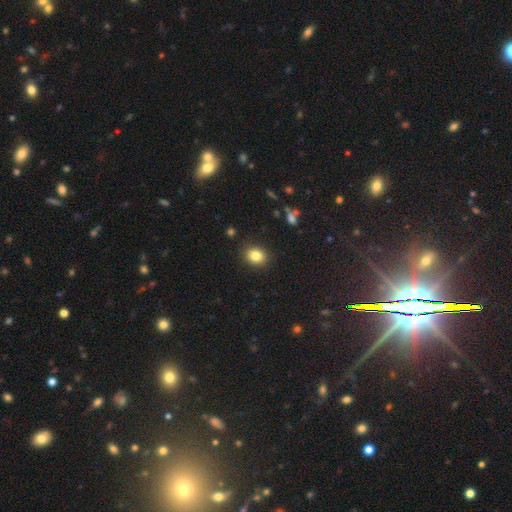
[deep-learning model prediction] Q: Smooth or featured?
A: smooth (84%); runner-up: star or artifact (10%)
Q: How rounded?
A: round (59%); runner-up: in between (40%)
Q: Merging?
A: none (88%); runner-up: minor disturbance (9%)